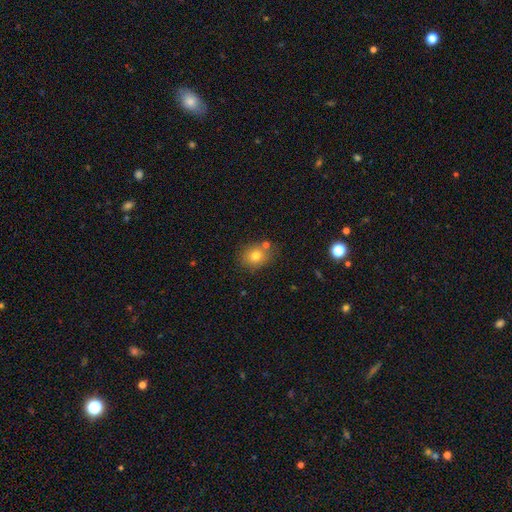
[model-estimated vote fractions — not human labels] Overall: smooth (76%). How rounded: round (63%; in between 36%). Merging: none (73%).